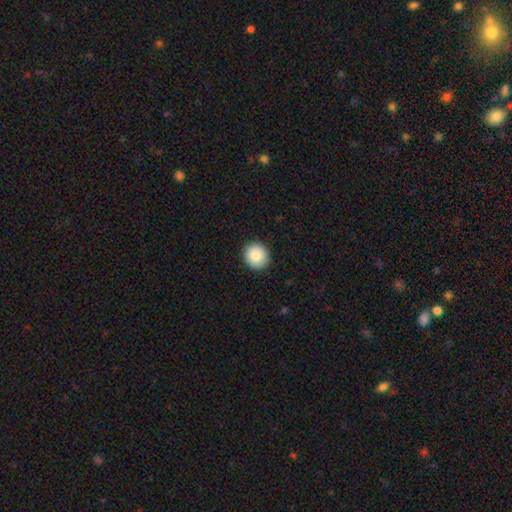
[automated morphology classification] smooth 82%, featured or disk 9%, star or artifact 8%. Down the decision tree: how rounded — round (90%); merging — none (92%).